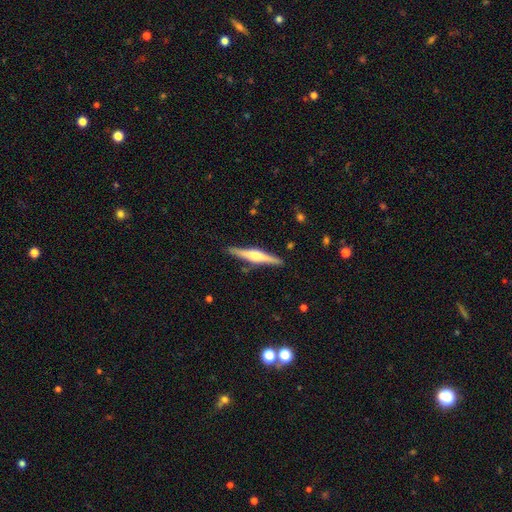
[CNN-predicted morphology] Q: Smooth or featured?
A: featured or disk (68%); runner-up: smooth (27%)
Q: Edge-on disk?
A: yes (98%); runner-up: no (2%)
Q: Edge-on bulge?
A: rounded (79%); runner-up: boxy (15%)
Q: Merging?
A: none (88%); runner-up: minor disturbance (8%)